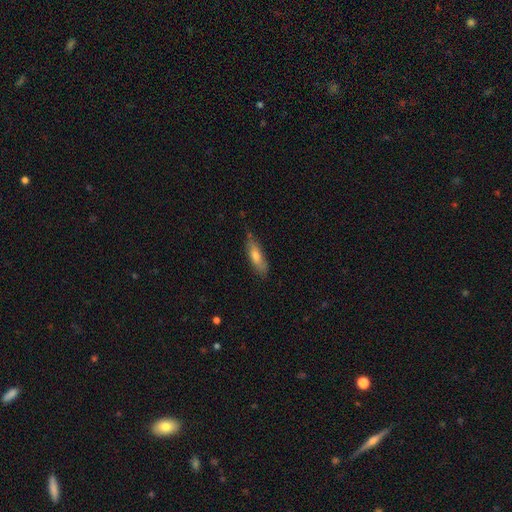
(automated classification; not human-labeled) smooth-or-featured: smooth: 65% | featured or disk: 29% | star or artifact: 6%
  how-rounded: cigar-shaped: 58% | in between: 40% | round: 2%
  merging: none: 73% | minor disturbance: 22% | major disturbance: 4% | merger: 2%